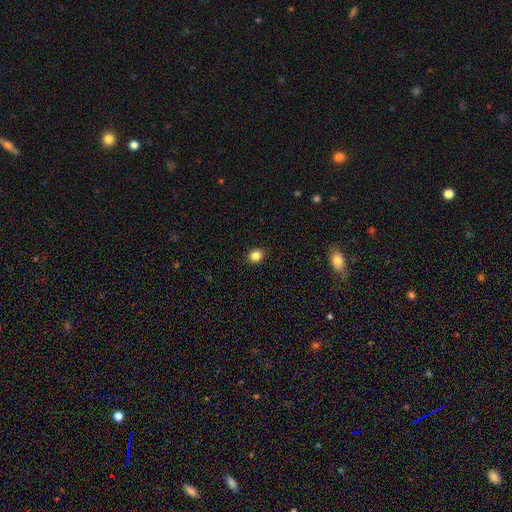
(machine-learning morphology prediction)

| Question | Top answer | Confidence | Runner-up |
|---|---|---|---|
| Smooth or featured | smooth | 84% | star or artifact (11%) |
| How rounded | round | 63% | in between (36%) |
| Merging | none | 90% | minor disturbance (7%) |